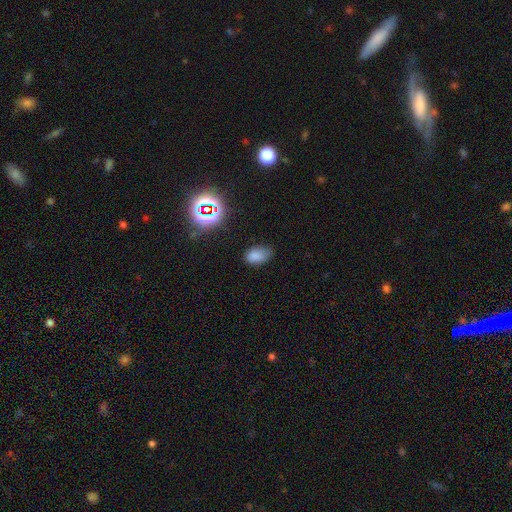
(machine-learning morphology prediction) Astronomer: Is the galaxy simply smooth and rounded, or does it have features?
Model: smooth — 75%.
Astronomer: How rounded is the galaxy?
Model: in between — 87%.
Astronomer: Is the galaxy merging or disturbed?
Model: none — 60%.